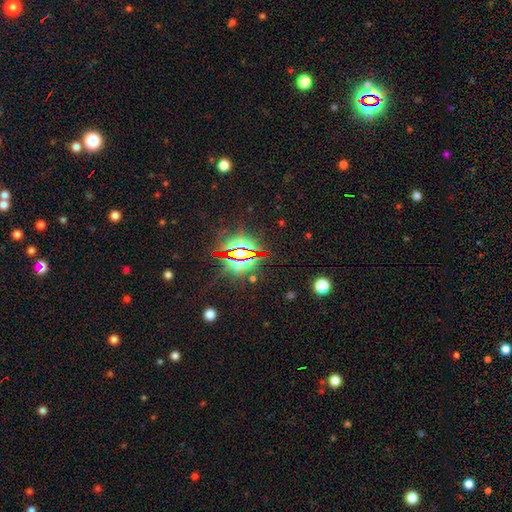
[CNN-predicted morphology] Q: Smooth or featured?
A: star or artifact (84%); runner-up: smooth (9%)